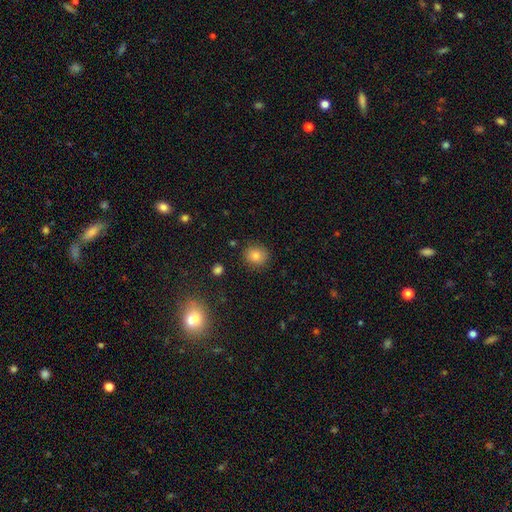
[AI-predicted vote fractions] smooth_or_featured: smooth (p=0.83) [alt: star or artifact p=0.11]
how_rounded: round (p=0.79) [alt: in between p=0.20]
merging: none (p=0.86) [alt: minor disturbance p=0.10]